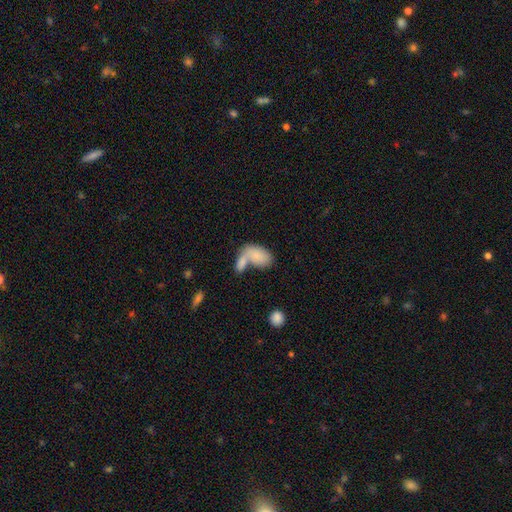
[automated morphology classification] Smooth or featured: smooth — 79% (featured or disk — 14%)
How rounded: in between — 92% (round — 5%)
Merging: merger — 59% (none — 24%)